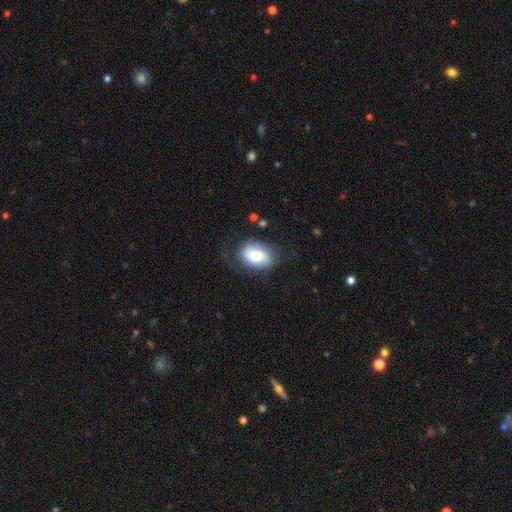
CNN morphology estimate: Smooth or featured: smooth — 63% (featured or disk — 29%)
How rounded: in between — 87% (round — 11%)
Merging: none — 54% (minor disturbance — 27%)